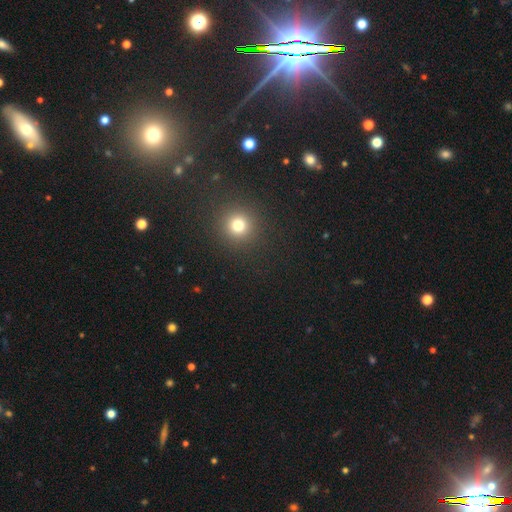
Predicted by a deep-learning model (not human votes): star or artifact 49%, smooth 42%, featured or disk 9%.